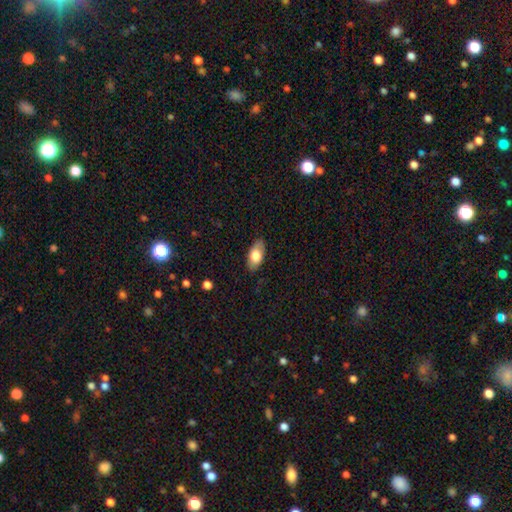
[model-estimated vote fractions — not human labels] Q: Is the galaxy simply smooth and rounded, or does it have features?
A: smooth — 75%.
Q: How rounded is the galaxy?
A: in between — 92%.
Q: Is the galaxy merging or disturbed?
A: none — 84%.